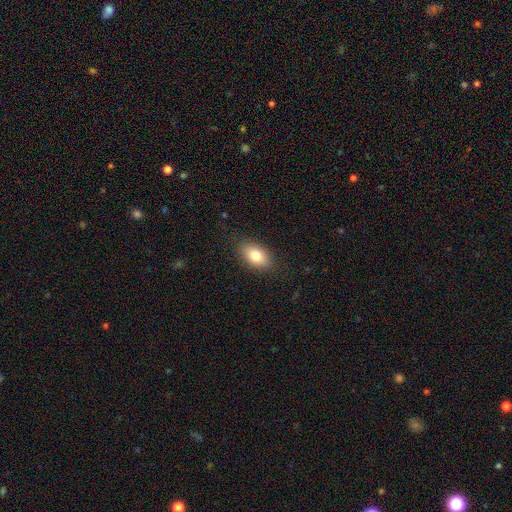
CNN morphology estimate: Overall: smooth (81%). How rounded: in between (89%). Merging: none (86%).